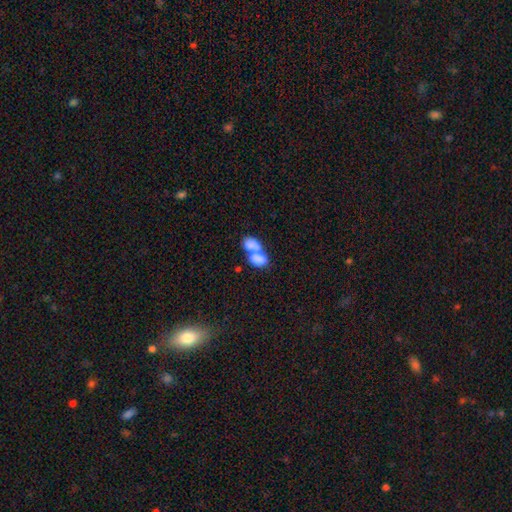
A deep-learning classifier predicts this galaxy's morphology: smooth 80%, featured or disk 13%, star or artifact 7%. Down the decision tree: how rounded — in between (88%); merging — merger (73%).